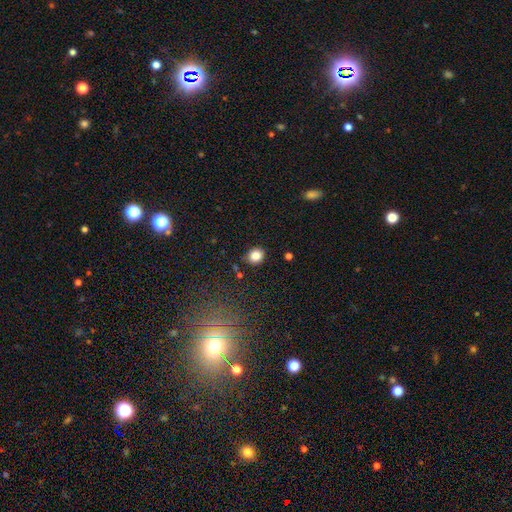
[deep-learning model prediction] Overall: smooth (84%). How rounded: round (79%). Merging: none (87%).